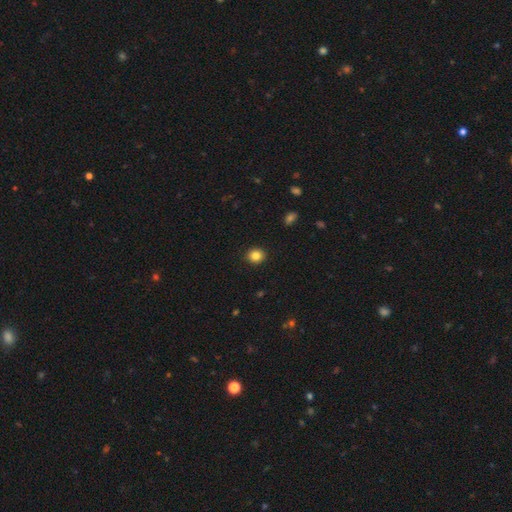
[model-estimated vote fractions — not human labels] smooth-or-featured: smooth: 84% | star or artifact: 11% | featured or disk: 5%
  how-rounded: round: 81% | in between: 18% | cigar-shaped: 1%
  merging: none: 92% | minor disturbance: 5% | major disturbance: 2% | merger: 1%